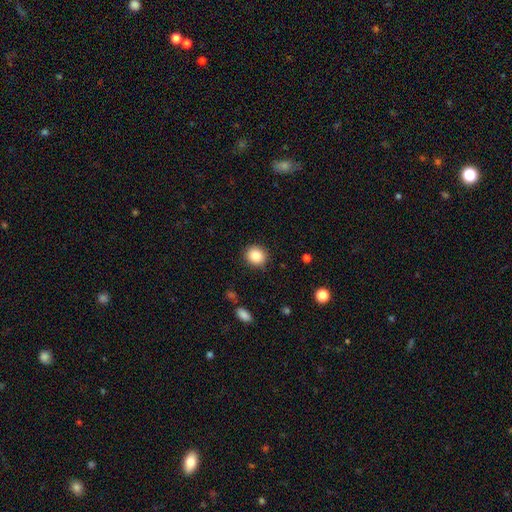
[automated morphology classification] Smooth or featured?
  - smooth: 84% *
  - star or artifact: 9%
  - featured or disk: 6%
How rounded?
  - round: 84% *
  - in between: 15%
  - cigar-shaped: 1%
Merging?
  - none: 90% *
  - minor disturbance: 7%
  - major disturbance: 2%
  - merger: 1%